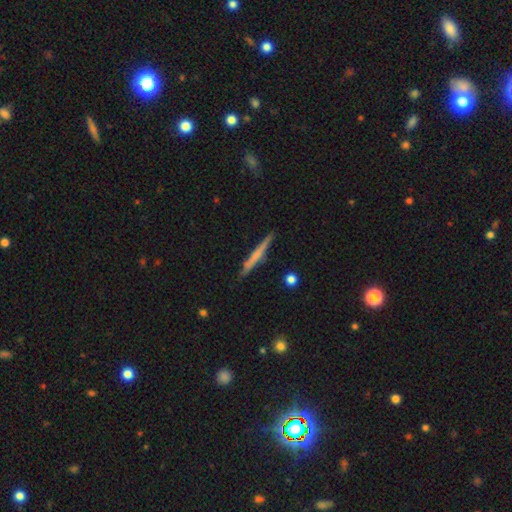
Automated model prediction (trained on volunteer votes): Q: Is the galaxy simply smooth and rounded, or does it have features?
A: featured or disk — 50%.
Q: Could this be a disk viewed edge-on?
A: yes — 97%.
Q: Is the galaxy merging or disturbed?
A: none — 89%.